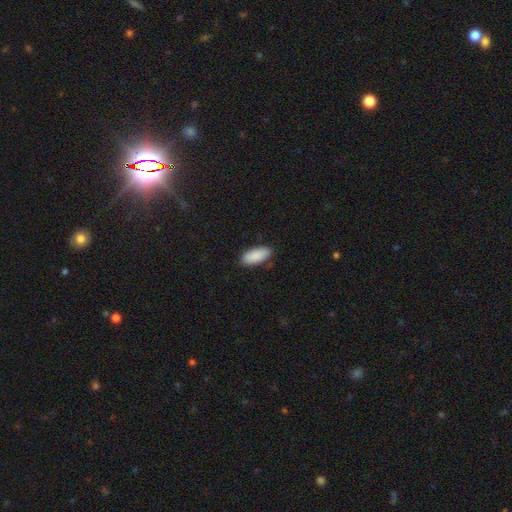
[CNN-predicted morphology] Smooth or featured: smooth — 90% (star or artifact — 6%)
How rounded: in between — 87% (cigar-shaped — 11%)
Merging: none — 86% (minor disturbance — 11%)